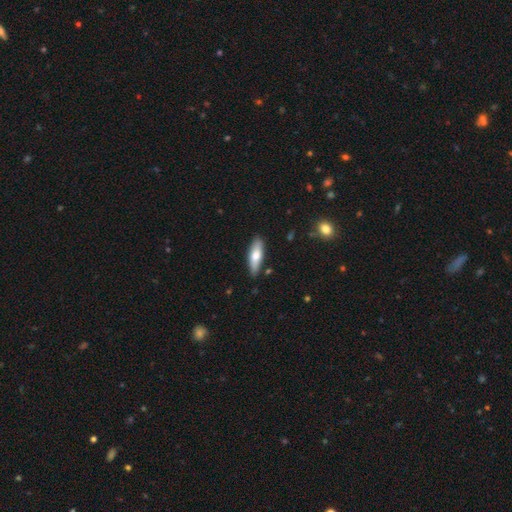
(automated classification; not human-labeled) The model was most divided on "how rounded": in between: 50%, cigar-shaped: 48%, round: 2%. More confident: merging — none (84%); smooth or featured — smooth (67%).